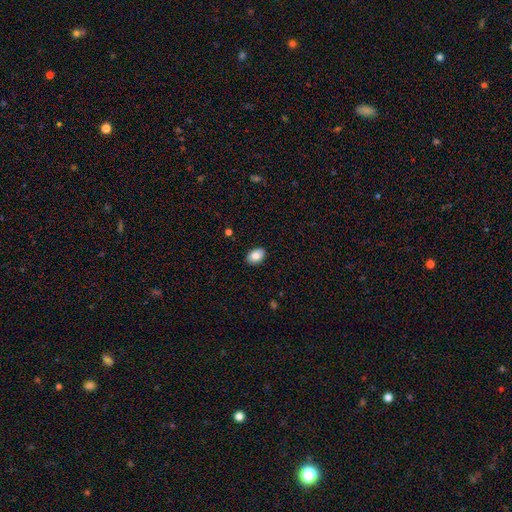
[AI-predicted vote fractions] smooth-or-featured: smooth: 81% | featured or disk: 12% | star or artifact: 7%
  how-rounded: in between: 87% | round: 12% | cigar-shaped: 1%
  merging: none: 88% | minor disturbance: 9% | major disturbance: 2% | merger: 1%